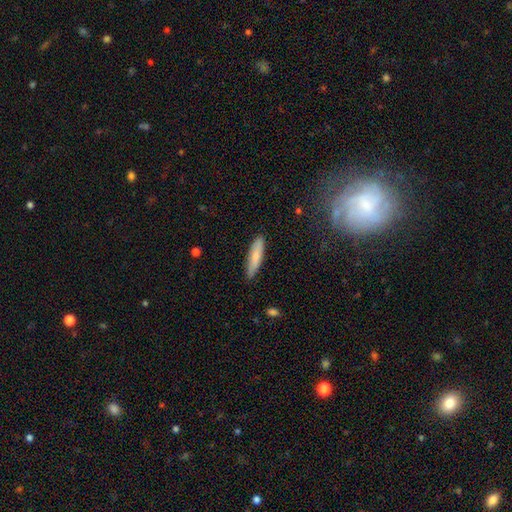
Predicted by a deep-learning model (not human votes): Smooth or featured?
  - smooth: 78% *
  - featured or disk: 16%
  - star or artifact: 6%
How rounded?
  - cigar-shaped: 80% *
  - in between: 19%
  - round: 1%
Merging?
  - none: 87% *
  - minor disturbance: 10%
  - major disturbance: 2%
  - merger: 1%